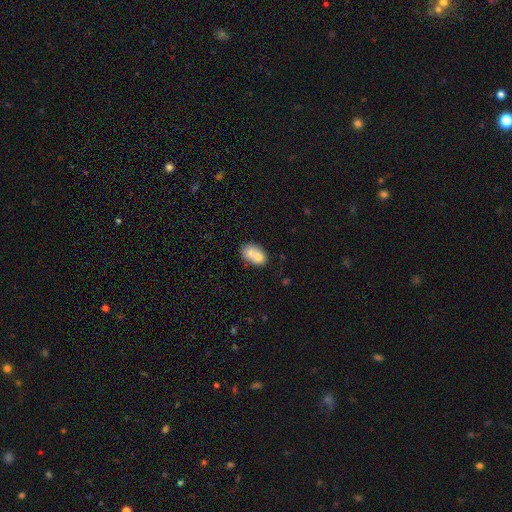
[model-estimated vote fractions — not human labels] smooth_or_featured: smooth (p=0.72) [alt: featured or disk p=0.20]
how_rounded: in between (p=0.81) [alt: round p=0.17]
merging: merger (p=0.44) [alt: none p=0.36]